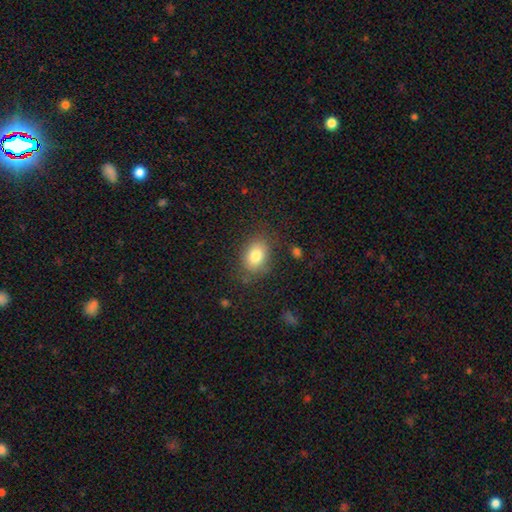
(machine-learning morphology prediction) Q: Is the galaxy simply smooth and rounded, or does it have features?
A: smooth — 81%.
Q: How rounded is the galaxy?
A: in between — 74%.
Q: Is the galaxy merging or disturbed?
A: none — 79%.